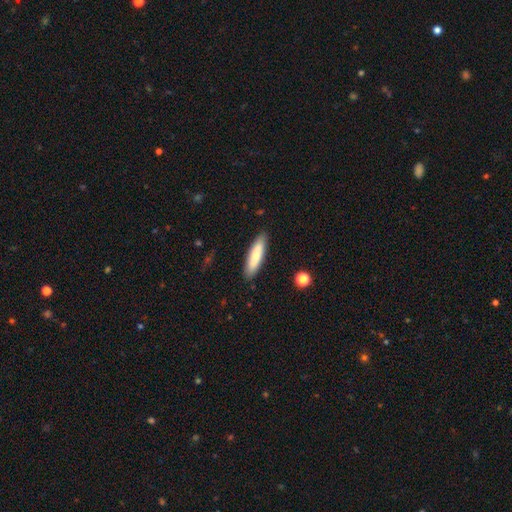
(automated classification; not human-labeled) The model was most divided on "how rounded": cigar-shaped: 62%, in between: 36%, round: 2%. More confident: merging — none (88%); smooth or featured — smooth (73%).